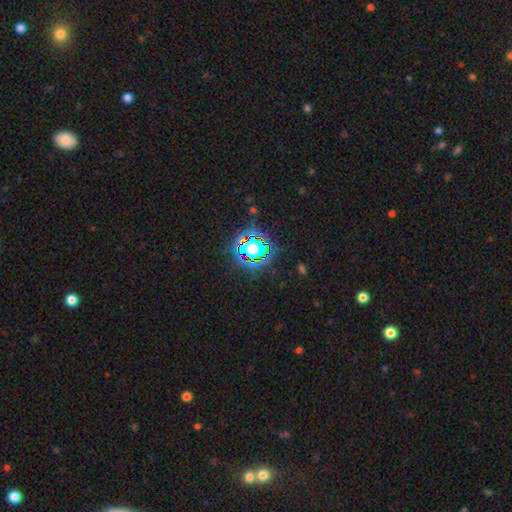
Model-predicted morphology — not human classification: Smooth or featured? Predicted: star or artifact (p=0.81).